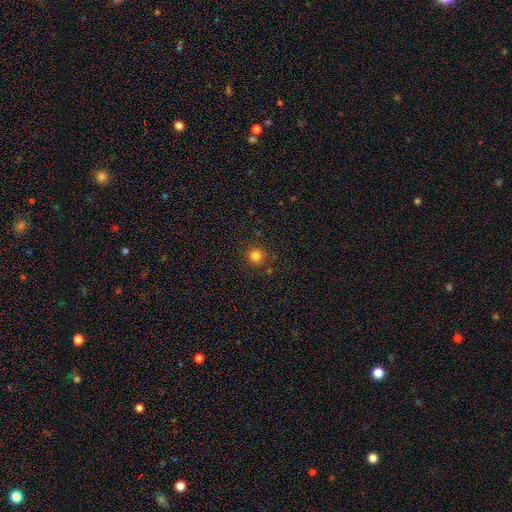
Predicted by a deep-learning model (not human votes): A smooth galaxy with no disk features (81%) that is round (94%). Merging: none (88%).